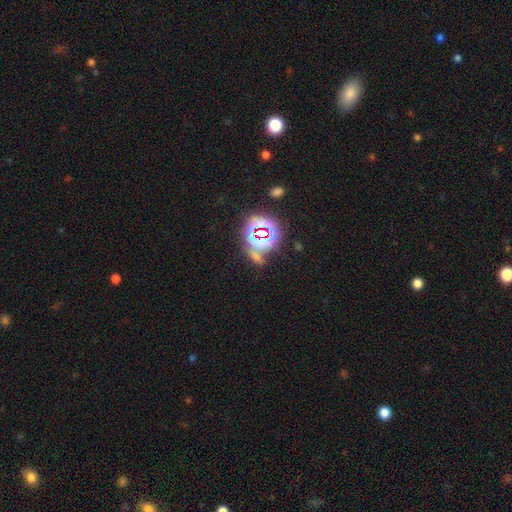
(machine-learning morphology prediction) This appears to be a star or artifact, not a galaxy (65%).